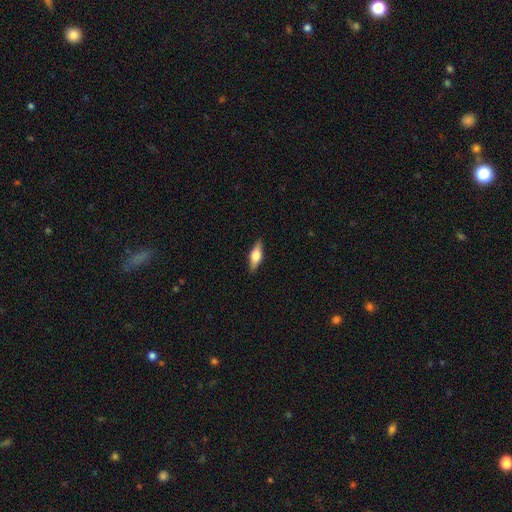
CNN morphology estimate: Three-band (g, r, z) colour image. It shows a smooth galaxy with no disk features (48%). Merging: none (88%).